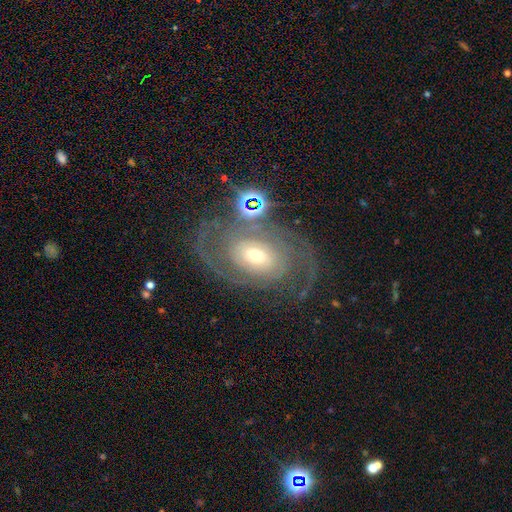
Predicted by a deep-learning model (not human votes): Overall: featured or disk (81%). Edge-on disk: no (96%). Bar: no (66%). Spiral arms: yes (90%). Spiral arm count: 2 (49%; can't tell 27%). Spiral winding: tight (57%; medium 32%). Bulge size: moderate (45%, tied with small). Merging: none (61%).